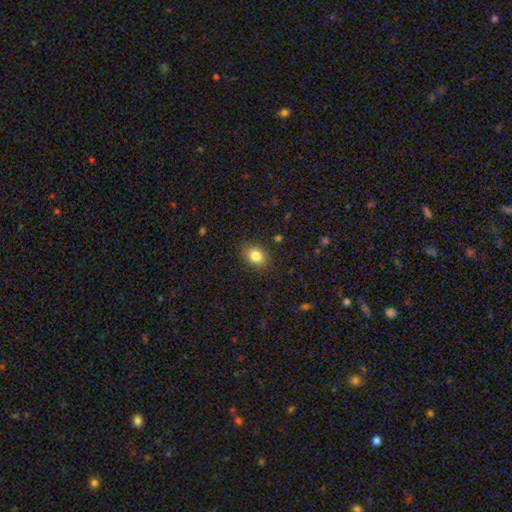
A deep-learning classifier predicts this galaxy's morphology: Q: Smooth or featured?
A: smooth (83%); runner-up: star or artifact (10%)
Q: How rounded?
A: in between (57%); runner-up: round (42%)
Q: Merging?
A: none (86%); runner-up: minor disturbance (10%)